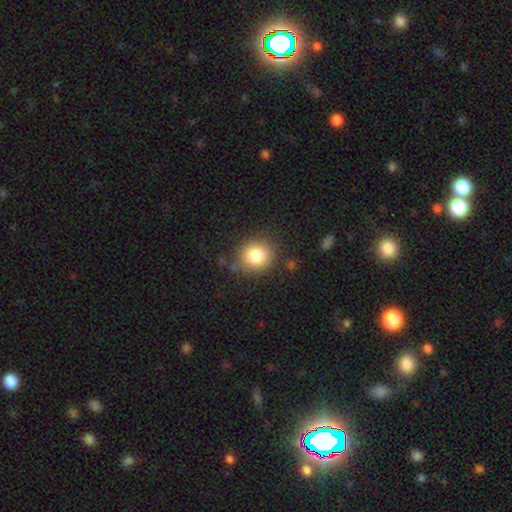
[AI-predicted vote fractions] Smooth or featured: smooth — 83% (star or artifact — 10%)
How rounded: round — 85% (in between — 14%)
Merging: none — 85% (minor disturbance — 9%)